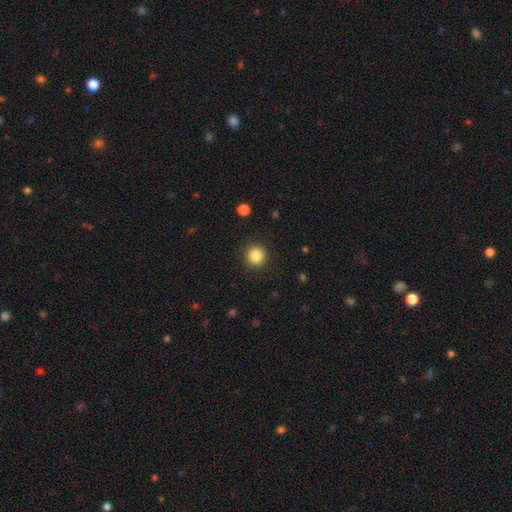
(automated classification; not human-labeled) A smooth galaxy with no disk features (85%) that is round (95%). Merging: none (92%).